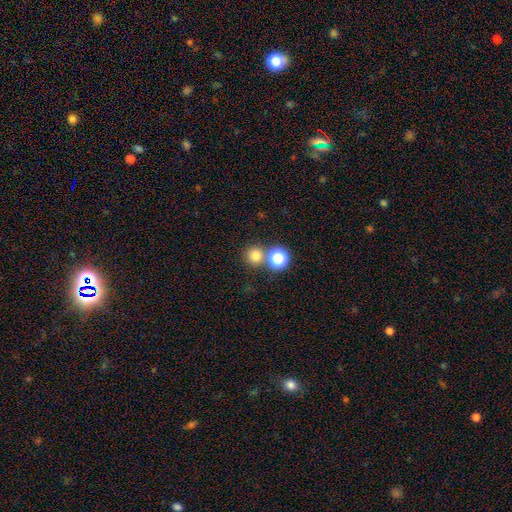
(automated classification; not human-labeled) Smooth or featured? smooth (76%)
How rounded? round (93%)
Merging? none (70%)